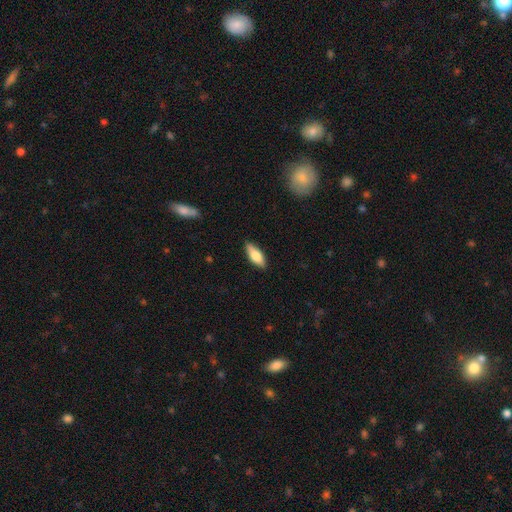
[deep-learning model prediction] smooth 73%, featured or disk 21%, star or artifact 6%. Down the decision tree: how rounded — in between (66%); merging — none (86%).